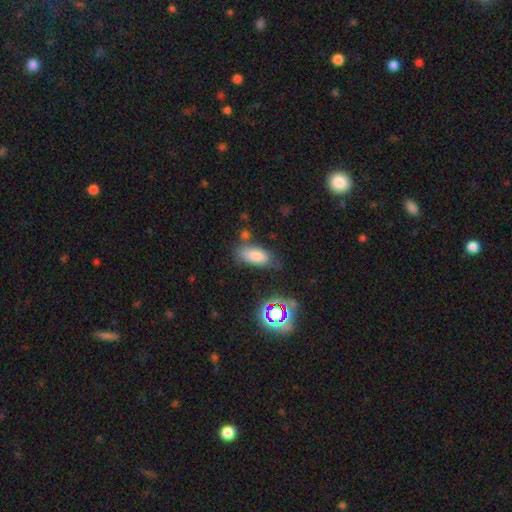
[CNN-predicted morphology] smooth_or_featured: smooth (p=0.77) [alt: star or artifact p=0.13]
how_rounded: in between (p=0.83) [alt: cigar-shaped p=0.13]
merging: none (p=0.66) [alt: minor disturbance p=0.21]